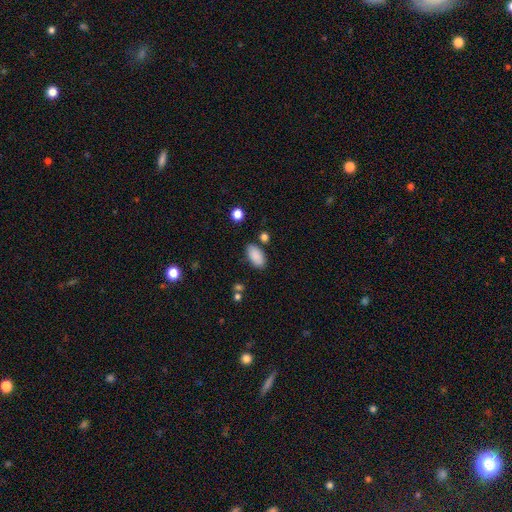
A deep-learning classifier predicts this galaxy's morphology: Overall: smooth (88%). How rounded: in between (94%). Merging: none (80%).